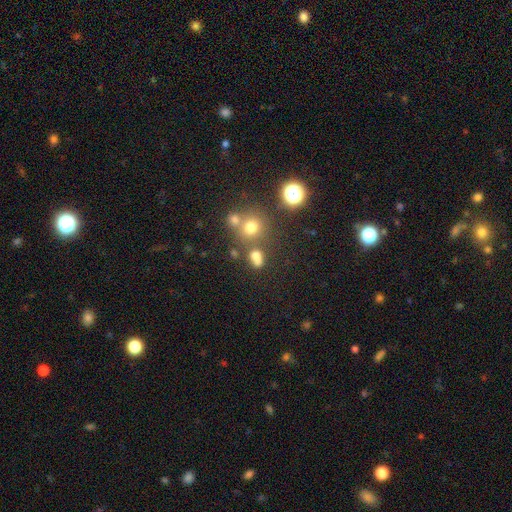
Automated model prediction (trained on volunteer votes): smooth_or_featured: smooth (p=0.66) [alt: star or artifact p=0.22]
how_rounded: round (p=0.61) [alt: in between p=0.37]
merging: none (p=0.51) [alt: merger p=0.30]